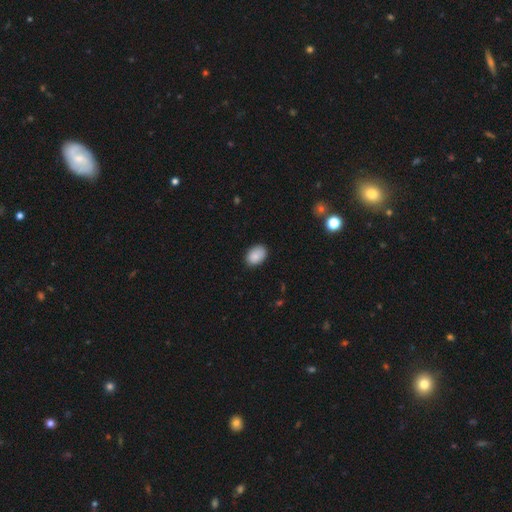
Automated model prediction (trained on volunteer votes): Smooth or featured: smooth — 88% (star or artifact — 7%)
How rounded: in between — 83% (round — 16%)
Merging: none — 86% (minor disturbance — 11%)